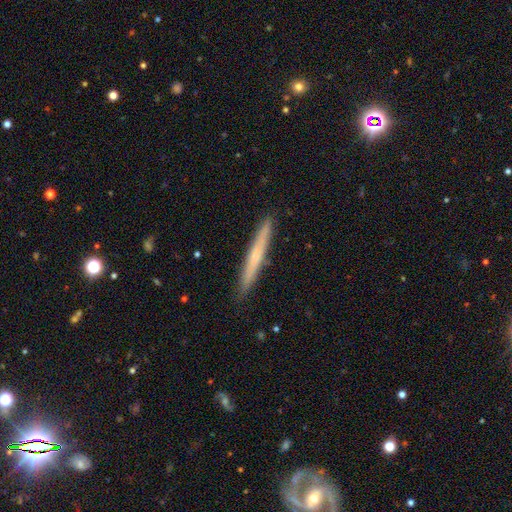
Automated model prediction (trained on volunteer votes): Smooth or featured? smooth (58%)
How rounded? cigar-shaped (97%)
Merging? none (91%)